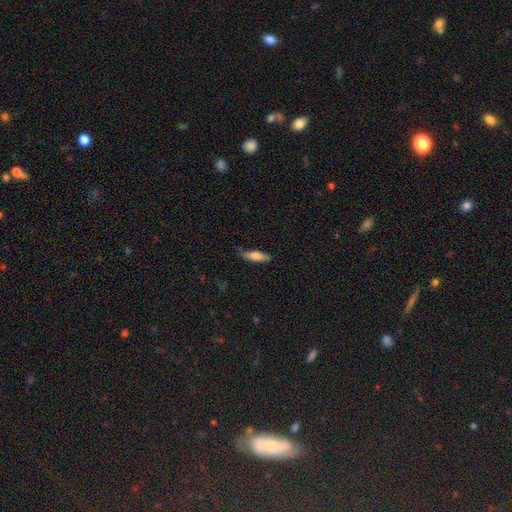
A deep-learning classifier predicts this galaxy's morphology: type=smooth (71%); roundness=cigar-shaped (60%); merging=none (78%).